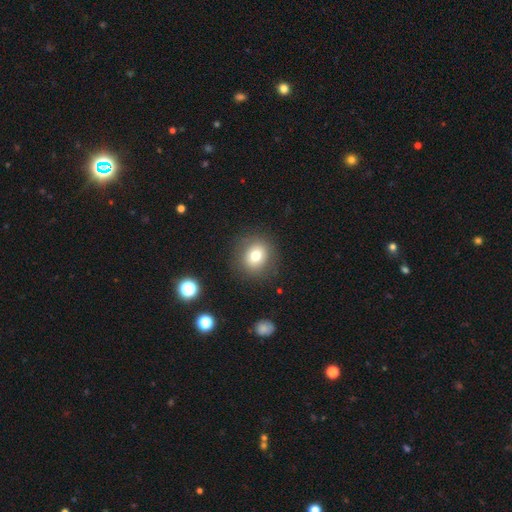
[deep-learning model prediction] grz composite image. It shows a smooth galaxy with no disk features (75%) that is round (81%). Merging: none (86%).